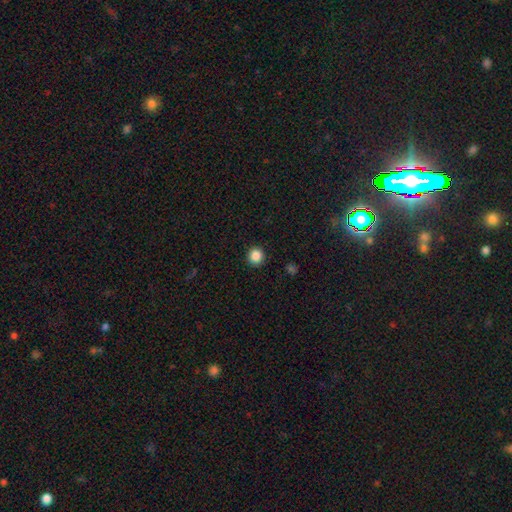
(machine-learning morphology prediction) smooth_or_featured: smooth (p=0.87) [alt: star or artifact p=0.10]
how_rounded: round (p=0.93) [alt: in between p=0.06]
merging: none (p=0.92) [alt: minor disturbance p=0.05]